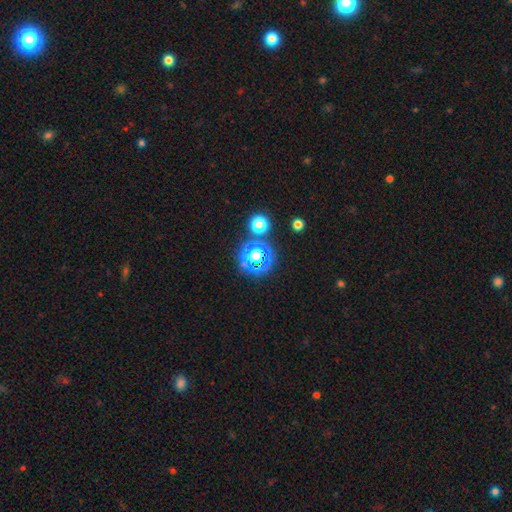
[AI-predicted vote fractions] Overall: star or artifact (46%; smooth 43%).